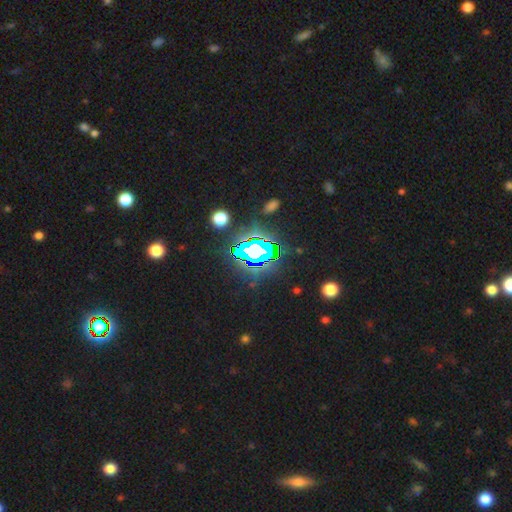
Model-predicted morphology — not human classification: Q: Smooth or featured?
A: star or artifact (75%); runner-up: smooth (14%)